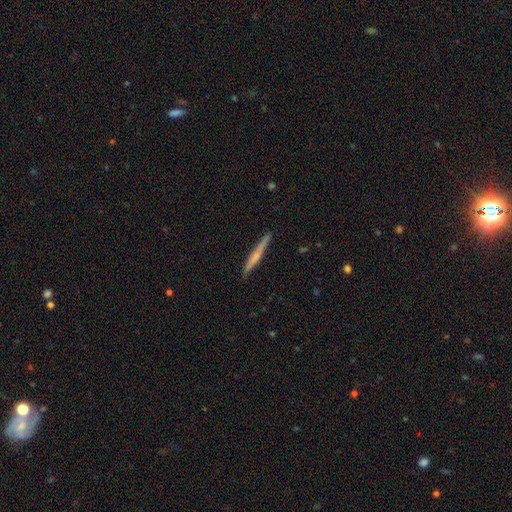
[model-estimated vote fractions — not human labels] Overall: featured or disk (53%; smooth 42%). Edge-on disk: yes (97%). Edge-on bulge: none (54%; rounded 36%). Merging: none (90%).